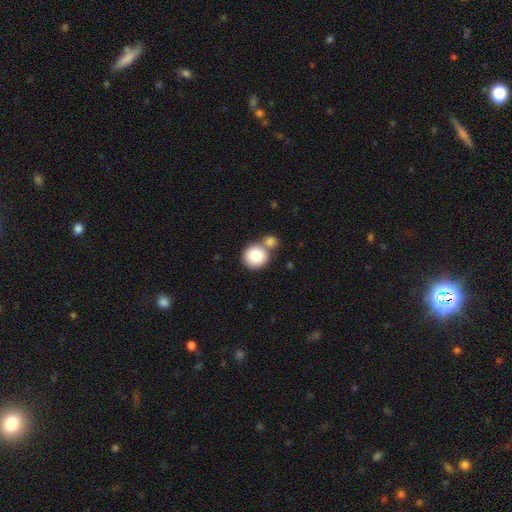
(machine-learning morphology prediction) The model was most divided on "merging": none: 53%, merger: 35%, minor disturbance: 9%, major disturbance: 3%. More confident: how rounded — round (90%); smooth or featured — smooth (84%).